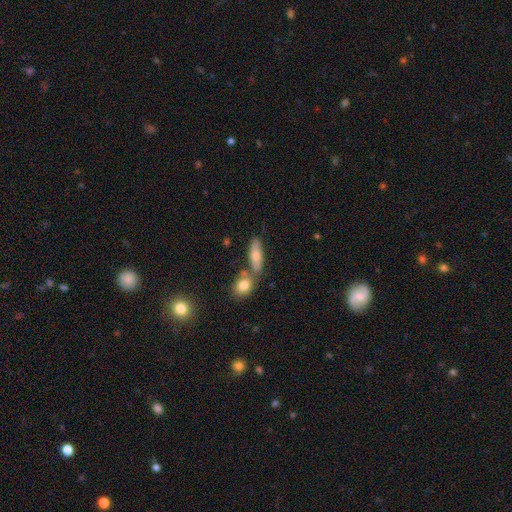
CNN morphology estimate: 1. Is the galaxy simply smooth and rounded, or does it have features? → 65% smooth, 27% featured or disk, 8% star or artifact.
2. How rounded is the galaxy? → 57% in between, 39% cigar-shaped, 4% round.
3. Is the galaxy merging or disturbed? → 58% none, 28% merger, 11% minor disturbance, 3% major disturbance.